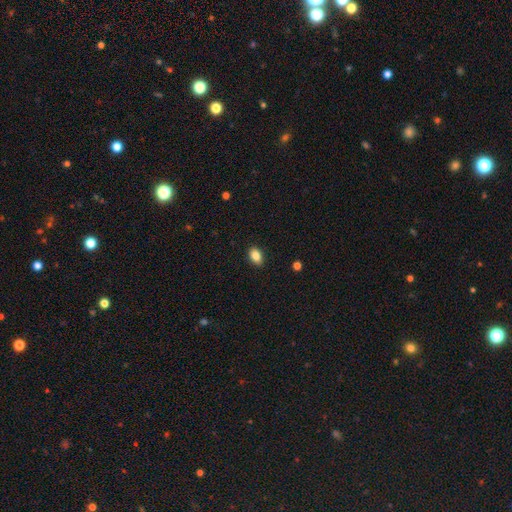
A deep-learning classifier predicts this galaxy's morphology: smooth_or_featured: smooth (p=0.87) [alt: star or artifact p=0.08]
how_rounded: in between (p=0.87) [alt: round p=0.12]
merging: none (p=0.90) [alt: minor disturbance p=0.08]